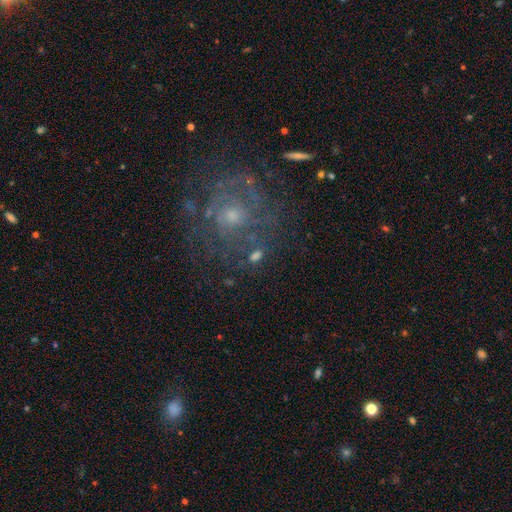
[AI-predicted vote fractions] Smooth or featured? featured or disk (54%)
Edge-on disk? no (96%)
Bar? no (76%)
Spiral arms? yes (70%)
Bulge size? moderate (42%, tied with small)
Merging? none (63%)